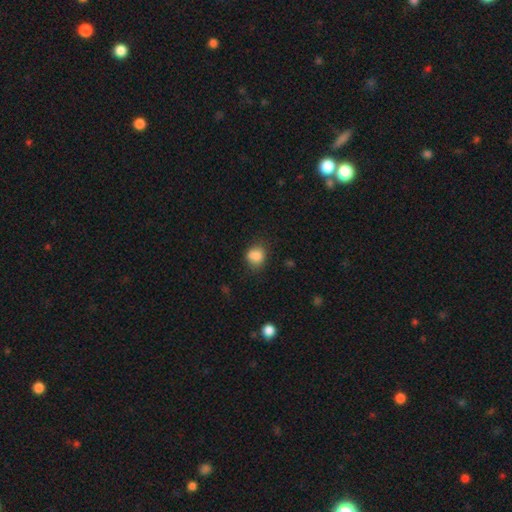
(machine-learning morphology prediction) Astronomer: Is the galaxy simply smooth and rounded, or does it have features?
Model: smooth — 82%.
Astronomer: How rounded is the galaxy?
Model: round — 62% (runner-up: in between, 37%).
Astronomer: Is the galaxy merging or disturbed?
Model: none — 58%.